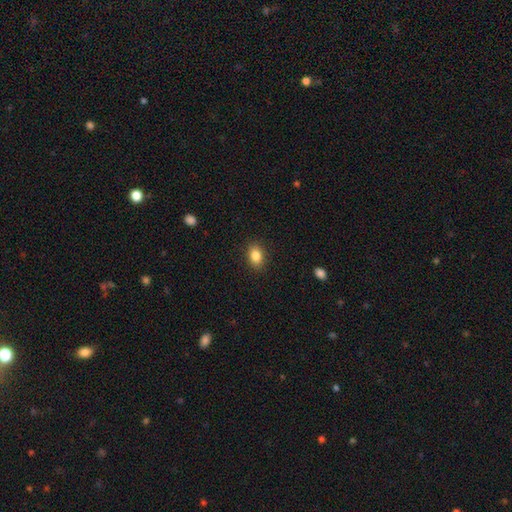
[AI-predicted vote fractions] Morphology: type=smooth (85%); roundness=in between (76%); merging=none (89%).